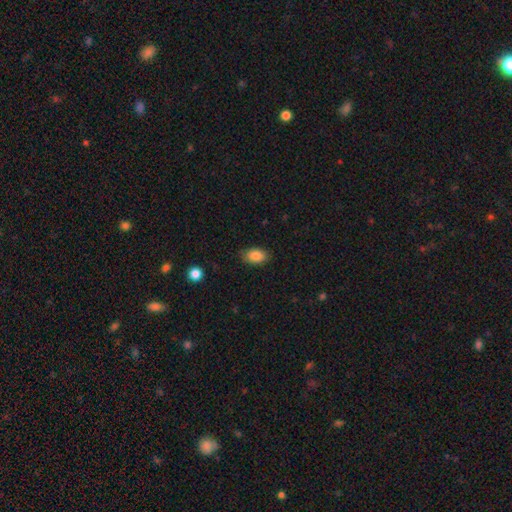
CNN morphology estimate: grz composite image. It shows a smooth galaxy with no disk features (87%) that is in between round and cigar-shaped (89%). Merging: none (82%).